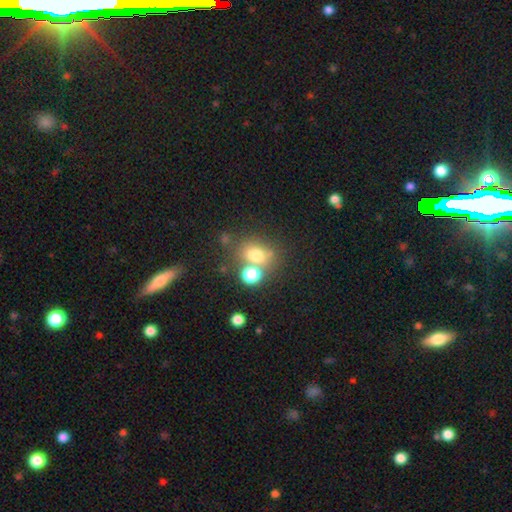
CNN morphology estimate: smooth-or-featured: smooth: 69% | star or artifact: 18% | featured or disk: 13%
  how-rounded: round: 56% | in between: 42% | cigar-shaped: 1%
  merging: none: 56% | merger: 26% | minor disturbance: 12% | major disturbance: 6%